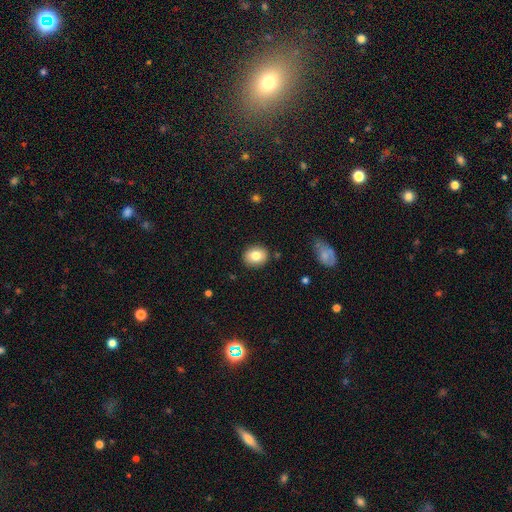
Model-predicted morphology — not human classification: Overall: smooth (81%). How rounded: round (64%; in between 35%). Merging: none (88%).